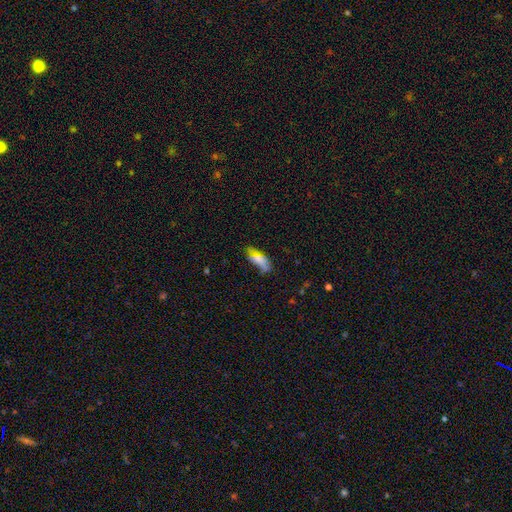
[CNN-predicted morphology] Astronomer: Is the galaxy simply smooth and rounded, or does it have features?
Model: smooth — 60%.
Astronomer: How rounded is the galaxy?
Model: in between — 65%.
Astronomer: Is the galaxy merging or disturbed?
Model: none — 60%.